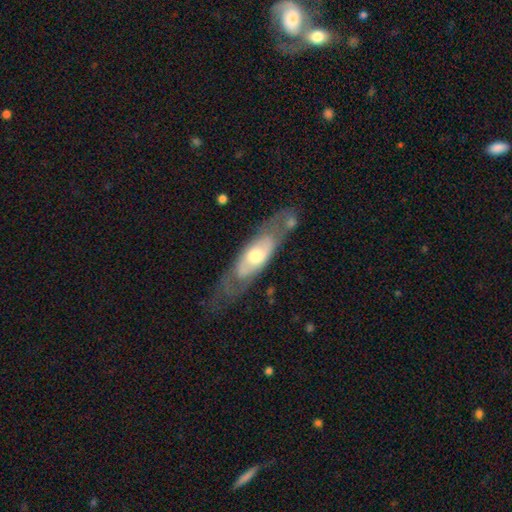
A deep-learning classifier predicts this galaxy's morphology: A featured or disk galaxy (62%). Merging: none (62%).